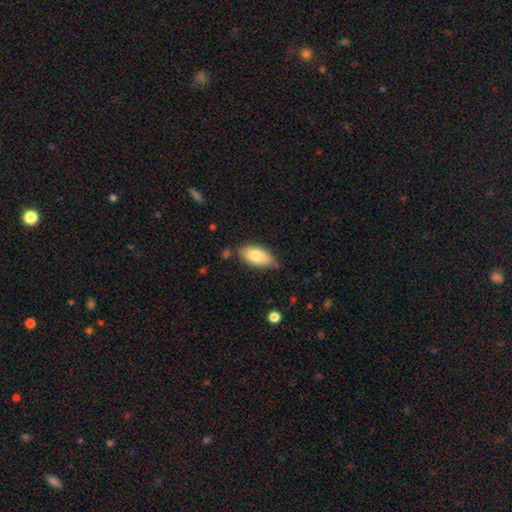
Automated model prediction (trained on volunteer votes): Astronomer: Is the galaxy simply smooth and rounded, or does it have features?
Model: smooth — 78%.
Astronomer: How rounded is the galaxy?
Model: in between — 92%.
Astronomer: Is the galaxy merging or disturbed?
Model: none — 70%.